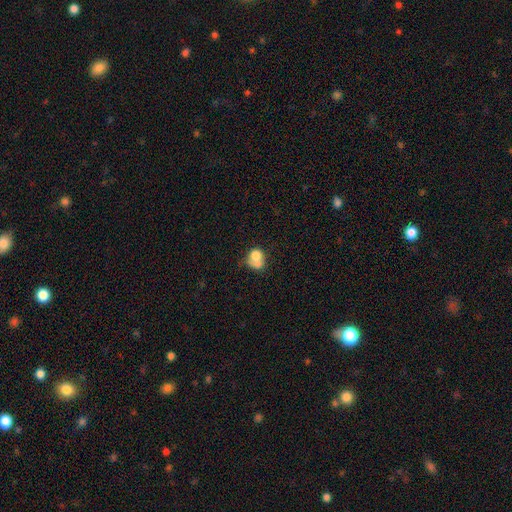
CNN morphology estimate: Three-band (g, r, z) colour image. It shows a smooth galaxy with no disk features (72%) that is round (64%). Merging: merger (46%).